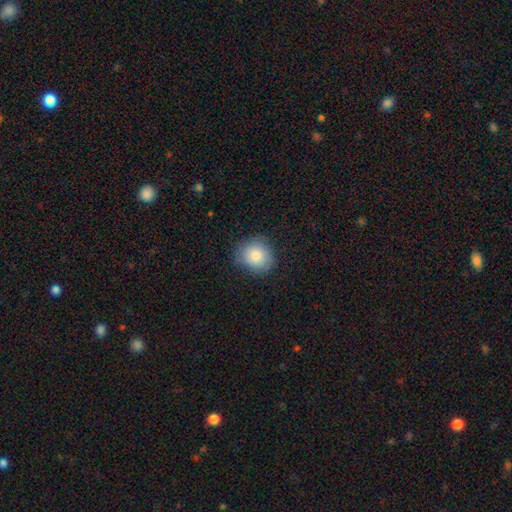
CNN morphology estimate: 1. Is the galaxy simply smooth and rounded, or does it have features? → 82% smooth, 10% featured or disk, 8% star or artifact.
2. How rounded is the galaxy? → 82% round, 17% in between, 1% cigar-shaped.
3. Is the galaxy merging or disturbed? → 78% none, 17% minor disturbance, 4% major disturbance, 1% merger.